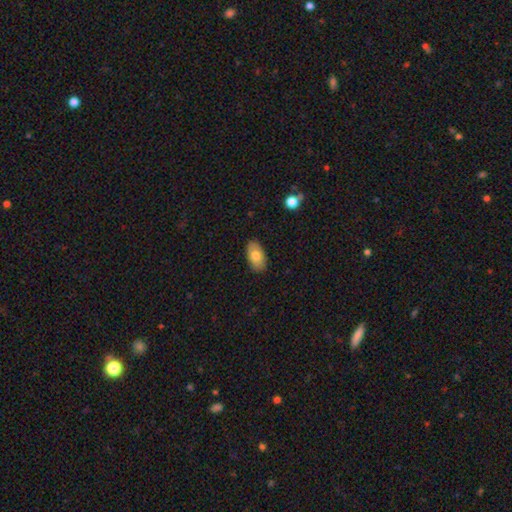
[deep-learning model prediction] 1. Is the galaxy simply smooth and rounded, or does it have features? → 78% smooth, 16% featured or disk, 6% star or artifact.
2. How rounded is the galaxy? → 94% in between, 4% round, 2% cigar-shaped.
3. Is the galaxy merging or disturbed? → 87% none, 10% minor disturbance, 2% major disturbance, 1% merger.